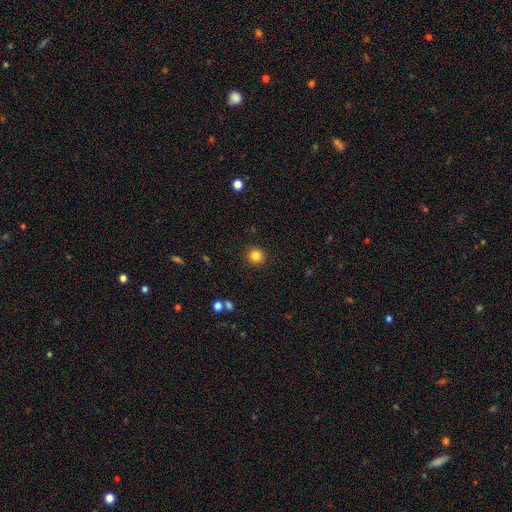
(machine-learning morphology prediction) A smooth galaxy with no disk features (84%) that is round (94%). Merging: none (92%).